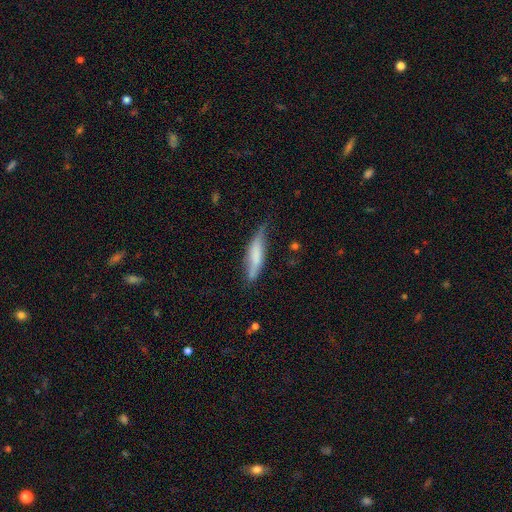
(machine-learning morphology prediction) Smooth or featured? Predicted: smooth (p=0.61). How rounded? Predicted: cigar-shaped (p=0.74). Merging? Predicted: none (p=0.52).